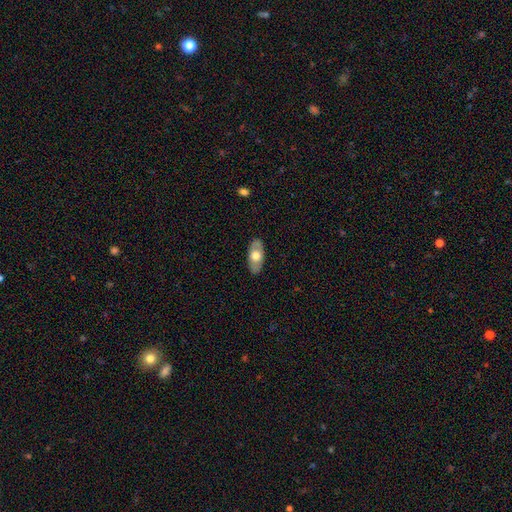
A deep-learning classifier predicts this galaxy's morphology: type=smooth (57%); roundness=in between (91%); merging=none (86%).